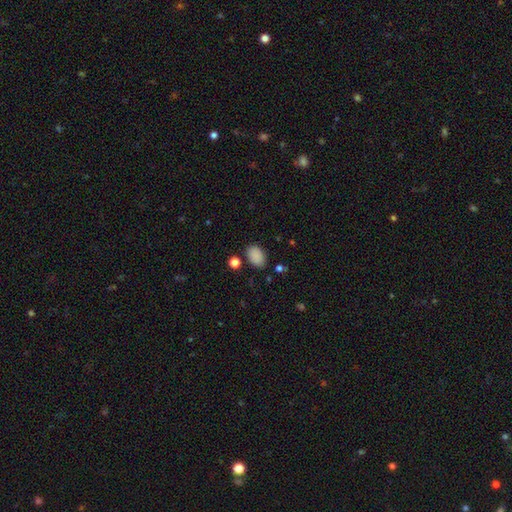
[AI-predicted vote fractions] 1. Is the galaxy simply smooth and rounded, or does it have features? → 88% smooth, 9% star or artifact, 4% featured or disk.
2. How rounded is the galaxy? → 87% in between, 11% round, 1% cigar-shaped.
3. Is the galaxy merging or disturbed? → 82% none, 11% minor disturbance, 3% merger, 3% major disturbance.